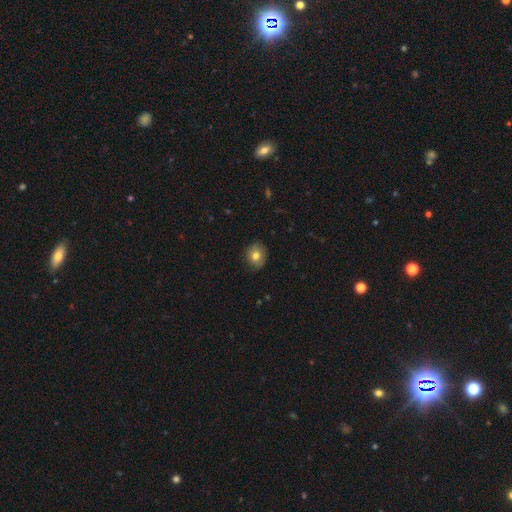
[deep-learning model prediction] smooth-or-featured: smooth: 78% | featured or disk: 13% | star or artifact: 9%
  how-rounded: round: 69% | in between: 30% | cigar-shaped: 1%
  merging: none: 84% | minor disturbance: 13% | major disturbance: 2% | merger: 1%